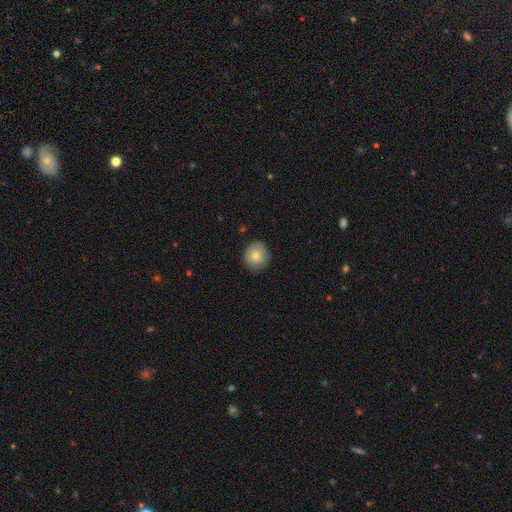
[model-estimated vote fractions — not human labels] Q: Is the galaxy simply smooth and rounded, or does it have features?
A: smooth — 78%.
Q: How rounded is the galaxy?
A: round — 89%.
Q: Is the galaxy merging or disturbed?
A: none — 86%.